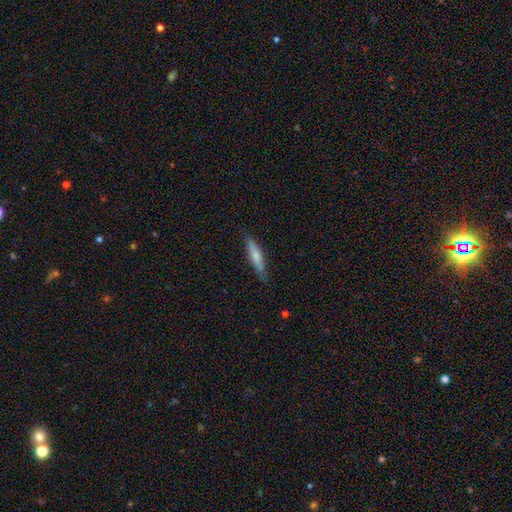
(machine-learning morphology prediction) smooth 65%, featured or disk 29%, star or artifact 6%. Down the decision tree: how rounded — cigar-shaped (83%); merging — none (80%).